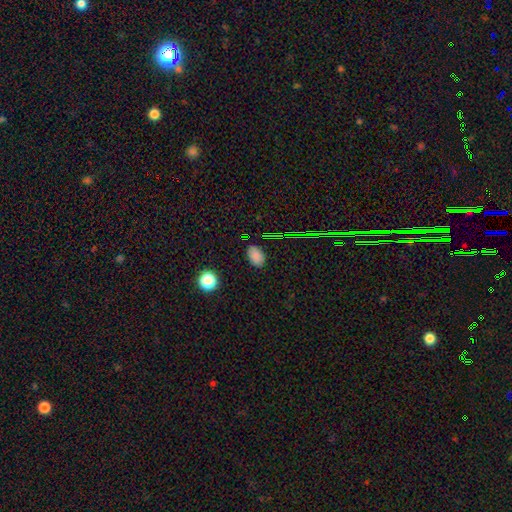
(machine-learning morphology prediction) Smooth or featured?
  - smooth: 80% *
  - star or artifact: 16%
  - featured or disk: 4%
How rounded?
  - in between: 89% *
  - round: 9%
  - cigar-shaped: 2%
Merging?
  - none: 85% *
  - minor disturbance: 11%
  - major disturbance: 3%
  - merger: 1%